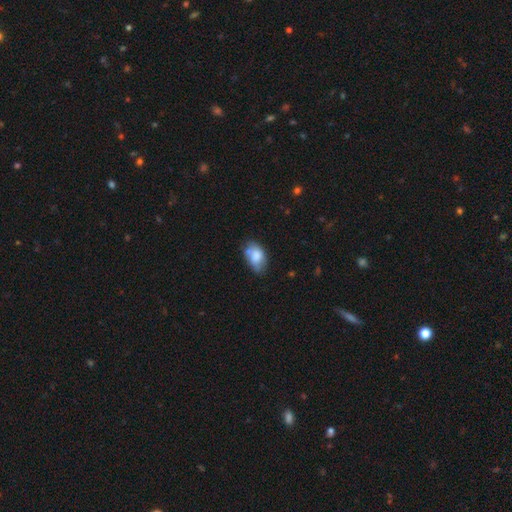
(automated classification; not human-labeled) Smooth or featured? Predicted: smooth (p=0.72). How rounded? Predicted: in between (p=0.90). Merging? Predicted: none (p=0.50).